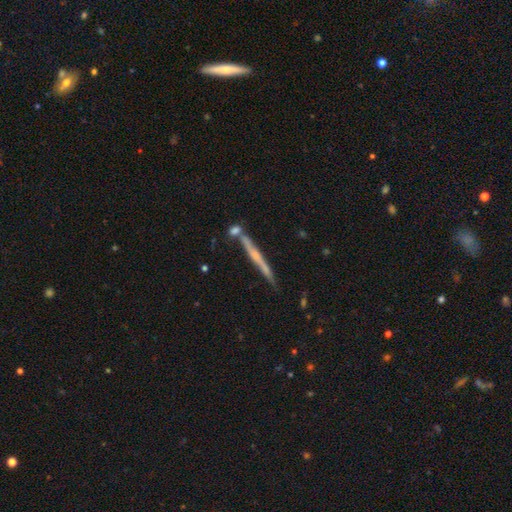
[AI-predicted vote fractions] Overall: featured or disk (64%; smooth 28%). Edge-on disk: yes (97%). Edge-on bulge: none (59%; rounded 33%). Merging: none (78%).